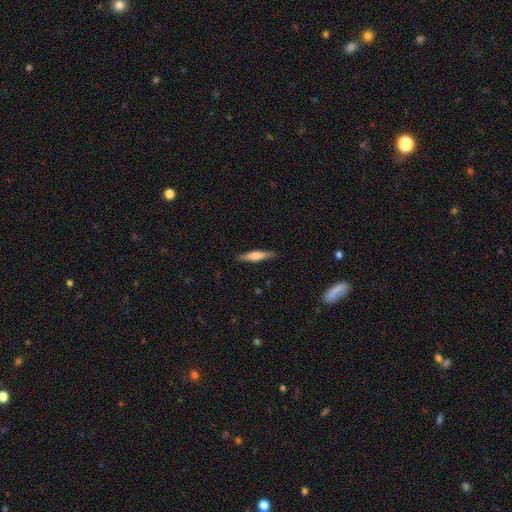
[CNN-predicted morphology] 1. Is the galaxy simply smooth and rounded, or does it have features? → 59% smooth, 35% featured or disk, 6% star or artifact.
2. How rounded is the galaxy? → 83% cigar-shaped, 15% in between, 2% round.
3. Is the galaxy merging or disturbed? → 88% none, 9% minor disturbance, 2% major disturbance, 1% merger.